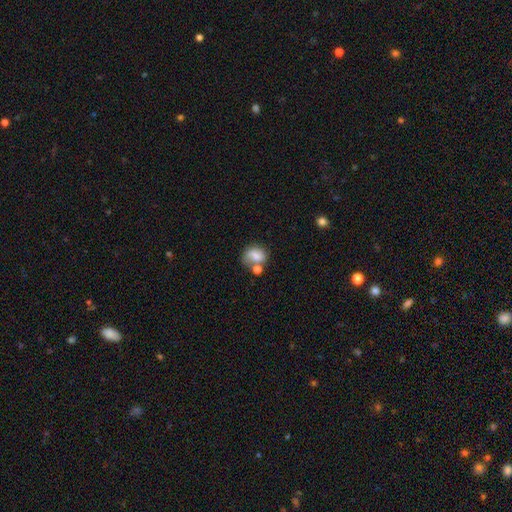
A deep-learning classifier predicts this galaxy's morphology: smooth 64%, featured or disk 25%, star or artifact 10%. Down the decision tree: how rounded — round (52%); merging — none (39%).